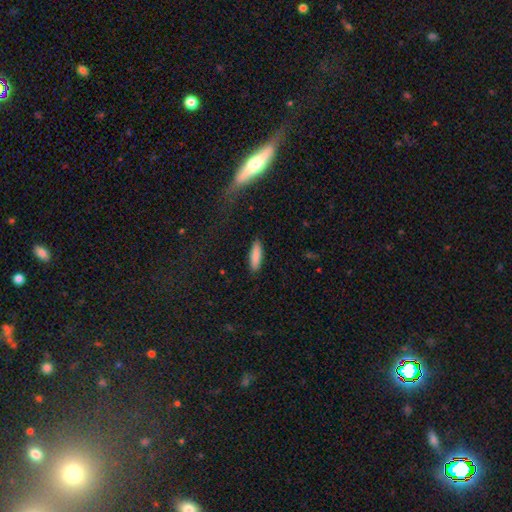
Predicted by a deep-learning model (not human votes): The model was most divided on "how rounded": cigar-shaped: 62%, in between: 37%, round: 1%. More confident: merging — none (89%); smooth or featured — smooth (87%).